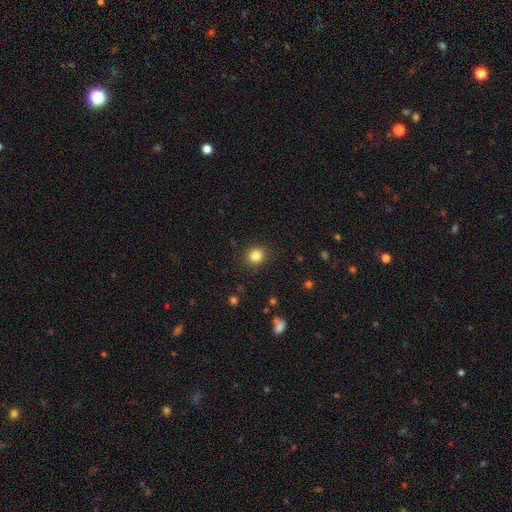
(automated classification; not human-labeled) smooth-or-featured: smooth: 83% | star or artifact: 12% | featured or disk: 5%
  how-rounded: round: 88% | in between: 11% | cigar-shaped: 1%
  merging: none: 90% | minor disturbance: 6% | major disturbance: 2% | merger: 1%